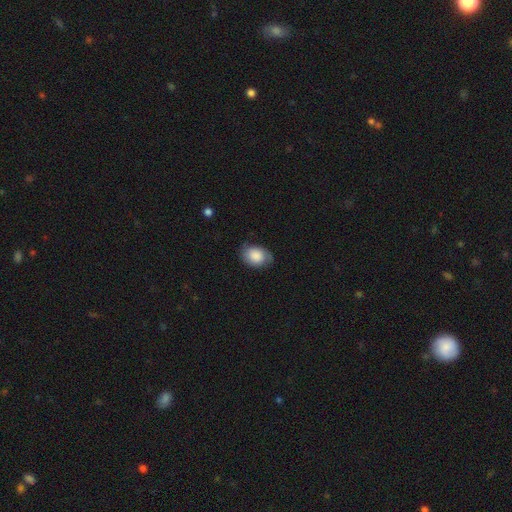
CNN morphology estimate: A smooth galaxy with no disk features (78%) that is in between round and cigar-shaped (66%). Merging: none (68%).